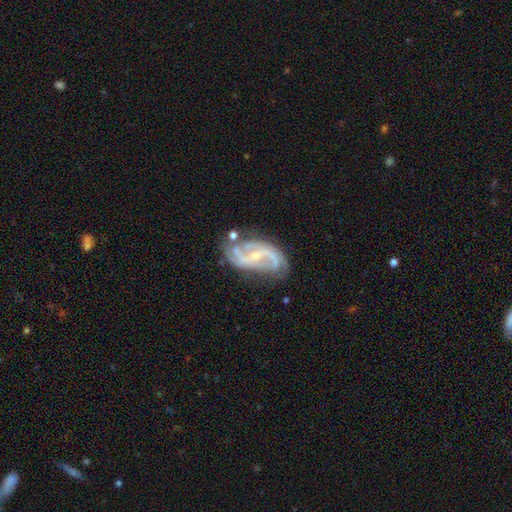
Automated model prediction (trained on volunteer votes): smooth-or-featured: featured or disk: 88% | star or artifact: 6% | smooth: 6%
  disk-edge-on: no: 96% | yes: 4%
    bar: weak: 41% | no: 30% | strong: 28%
    has-spiral-arms: yes: 95% | no: 5%
      spiral-winding: loose: 46% | medium: 39% | tight: 15%
      spiral-arm-count: 2: 78% | can't tell: 8% | 3: 6% | 1: 3% | 4: 3% | more than 4: 2%
    bulge-size: small: 76% | moderate: 18% | none: 4% | large: 1% | dominant: 1%
  merging: none: 59% | minor disturbance: 23% | major disturbance: 12% | merger: 7%